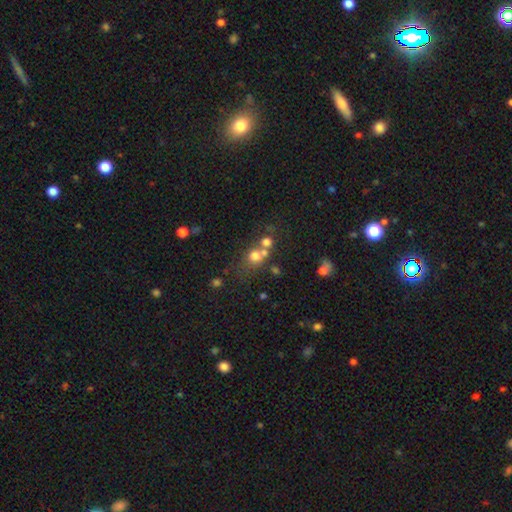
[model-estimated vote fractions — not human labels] Q: Smooth or featured?
A: smooth (66%); runner-up: star or artifact (18%)
Q: How rounded?
A: round (78%); runner-up: in between (21%)
Q: Merging?
A: merger (45%); runner-up: none (40%)